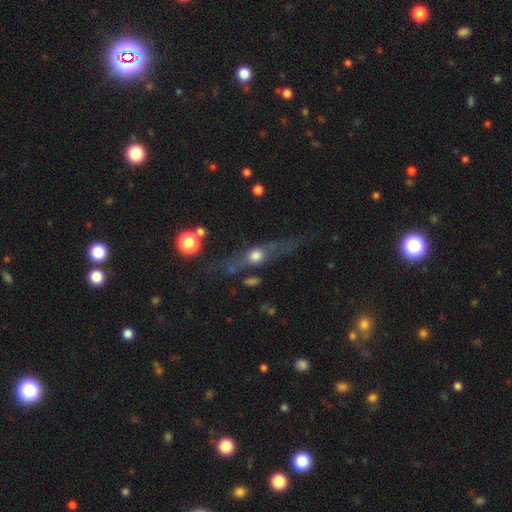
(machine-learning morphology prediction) This appears to be a featured or disk galaxy (62%) viewed edge-on (81%) with a rounded central bulge (93%). Merging: none (66%).